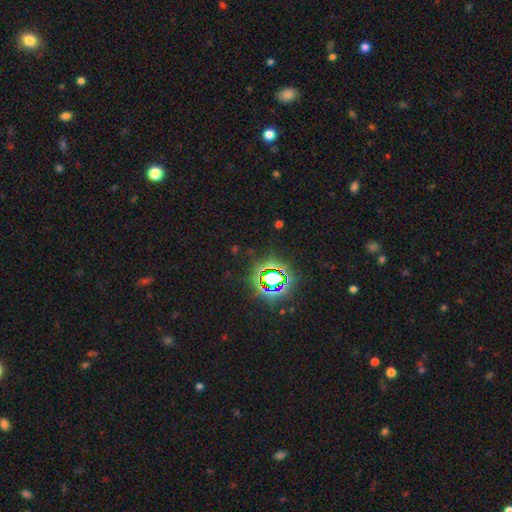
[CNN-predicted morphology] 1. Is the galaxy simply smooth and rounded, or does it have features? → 82% star or artifact, 11% smooth, 7% featured or disk.